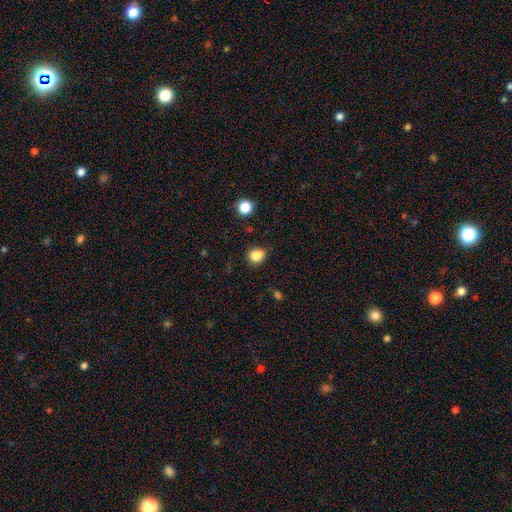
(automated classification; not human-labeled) A smooth galaxy with no disk features (84%) that is round (68%).

Vote fractions:
- Smooth or featured? smooth: 84% / star or artifact: 11% / featured or disk: 5%
- How rounded? round: 68% / in between: 31% / cigar-shaped: 1%
- Merging? none: 81% / minor disturbance: 14% / major disturbance: 3% / merger: 2%